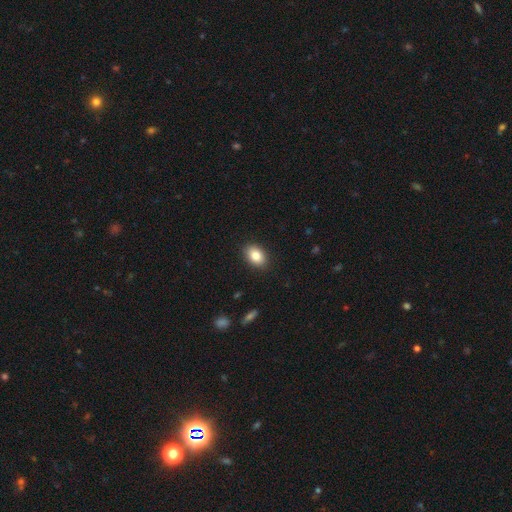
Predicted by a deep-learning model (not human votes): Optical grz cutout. It shows a smooth galaxy with no disk features (84%) that is in between round and cigar-shaped (83%). Merging: none (89%).